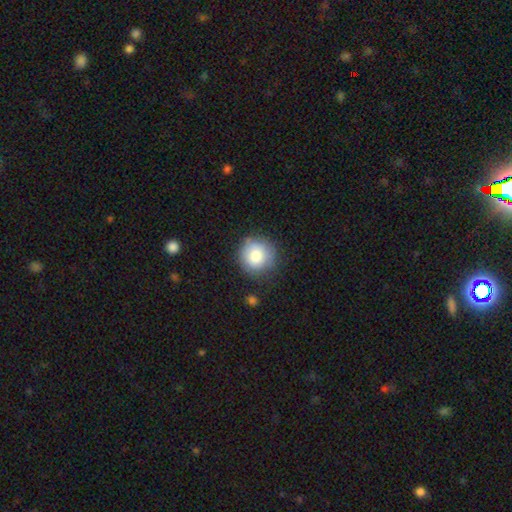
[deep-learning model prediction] smooth 82%, featured or disk 10%, star or artifact 8%. Down the decision tree: how rounded — round (93%); merging — none (76%).